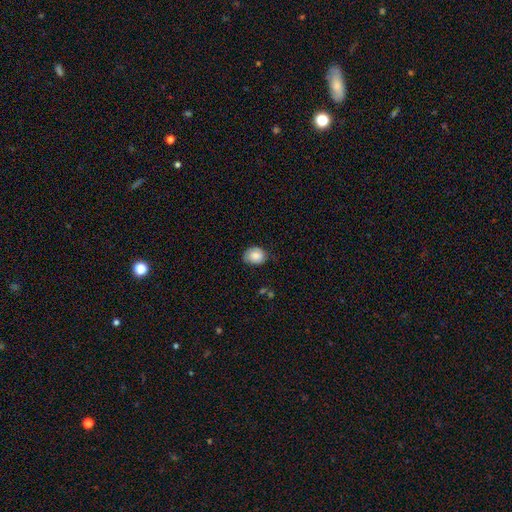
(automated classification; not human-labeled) Q: Smooth or featured?
A: smooth (83%); runner-up: featured or disk (10%)
Q: How rounded?
A: round (54%); runner-up: in between (45%)
Q: Merging?
A: none (68%); runner-up: minor disturbance (26%)